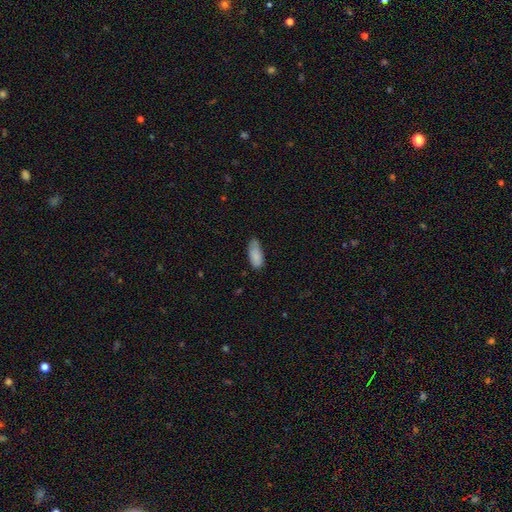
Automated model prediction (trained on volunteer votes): The model was most divided on "merging": none: 56%, minor disturbance: 35%, major disturbance: 6%, merger: 2%. More confident: smooth or featured — smooth (86%); how rounded — in between (84%).